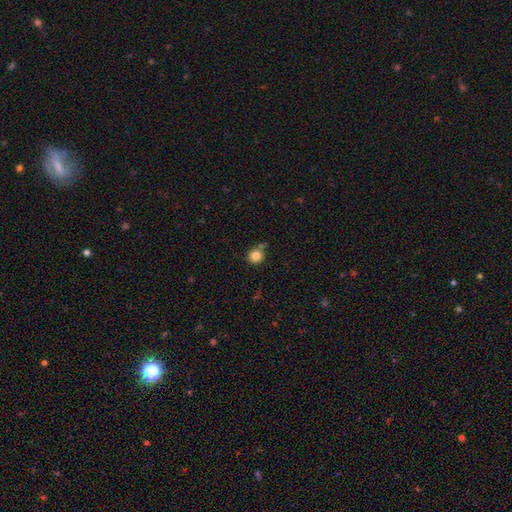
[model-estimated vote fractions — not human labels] This appears to be a smooth galaxy with no disk features (83%) that is round (94%). Merging: none (76%).